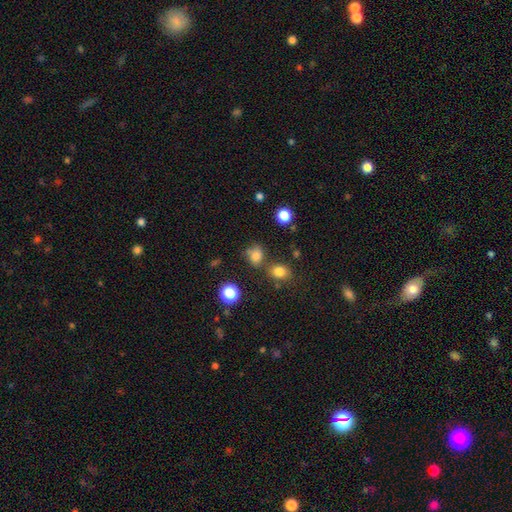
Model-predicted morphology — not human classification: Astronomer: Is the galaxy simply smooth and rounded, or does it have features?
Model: smooth — 75%.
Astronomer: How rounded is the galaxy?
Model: round — 57% (runner-up: in between, 42%).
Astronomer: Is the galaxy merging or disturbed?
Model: none — 60%.